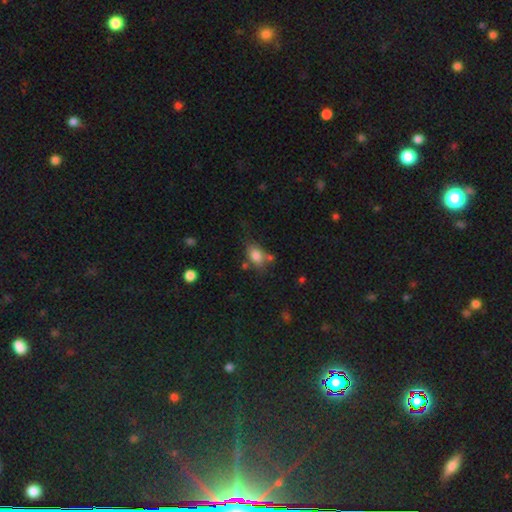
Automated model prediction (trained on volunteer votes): smooth-or-featured: smooth: 80% | featured or disk: 10% | star or artifact: 10%
  how-rounded: in between: 81% | round: 16% | cigar-shaped: 3%
  merging: none: 60% | minor disturbance: 20% | merger: 13% | major disturbance: 7%